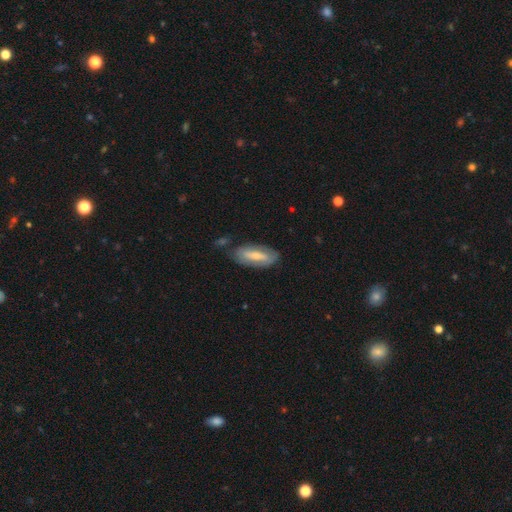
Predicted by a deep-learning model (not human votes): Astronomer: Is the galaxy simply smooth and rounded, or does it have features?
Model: smooth — 48% (runner-up: featured or disk, 46%).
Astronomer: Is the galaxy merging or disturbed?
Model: none — 71%.